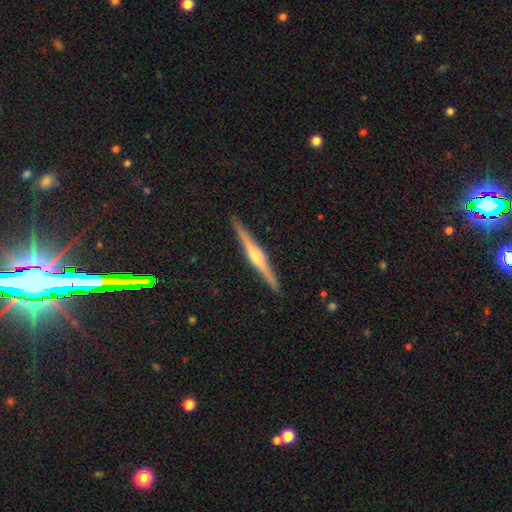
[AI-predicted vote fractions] This is clearly a featured or disk galaxy (81%). It is clearly viewed edge-on (98%). Edge-on bulge: clearly rounded (85%). Merging: clearly none (92%).